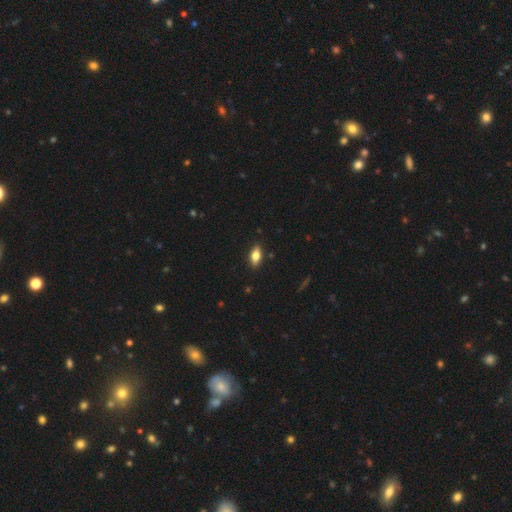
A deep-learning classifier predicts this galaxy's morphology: type=smooth (70%); roundness=in between (83%); merging=none (87%).